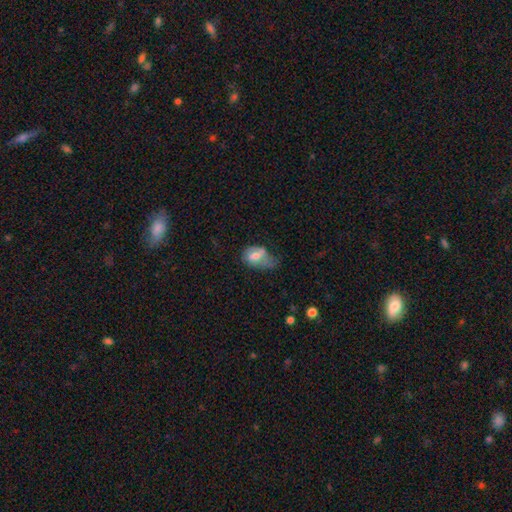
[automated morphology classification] smooth 60%, featured or disk 32%, star or artifact 8%. Down the decision tree: how rounded — in between (81%); merging — minor disturbance (36%).